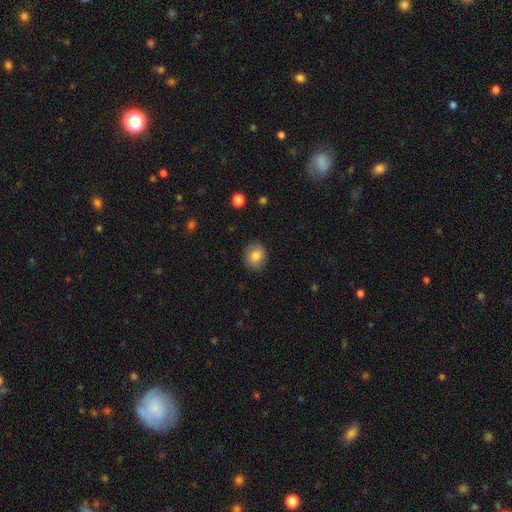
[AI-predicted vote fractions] smooth_or_featured: smooth (p=0.81) [alt: featured or disk p=0.10]
how_rounded: round (p=0.71) [alt: in between p=0.28]
merging: none (p=0.85) [alt: minor disturbance p=0.11]